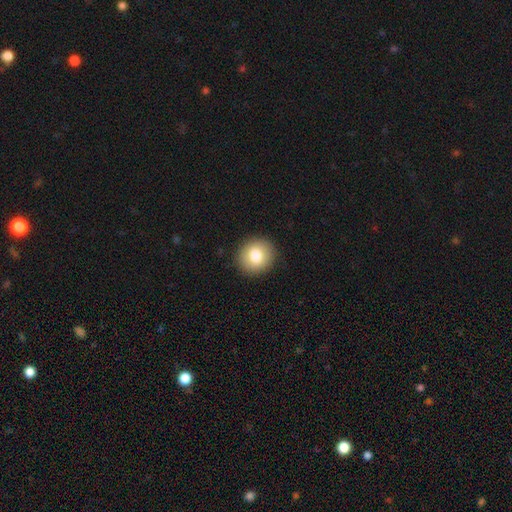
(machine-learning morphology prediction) Smooth or featured? Predicted: smooth (p=0.81). How rounded? Predicted: round (p=0.87). Merging? Predicted: none (p=0.91).